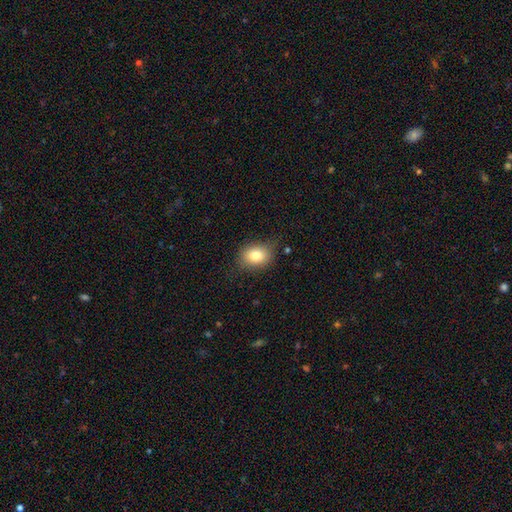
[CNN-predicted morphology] A smooth galaxy with no disk features (80%) that is in between round and cigar-shaped (60%).

Vote fractions:
- Smooth or featured? smooth: 80% / featured or disk: 10% / star or artifact: 10%
- How rounded? in between: 60% / round: 39% / cigar-shaped: 1%
- Merging? none: 76% / minor disturbance: 19% / major disturbance: 4% / merger: 1%